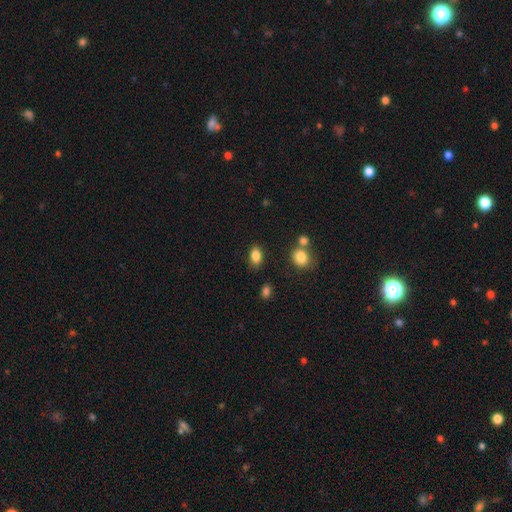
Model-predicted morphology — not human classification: type=smooth (85%); roundness=in between (85%); merging=none (81%).